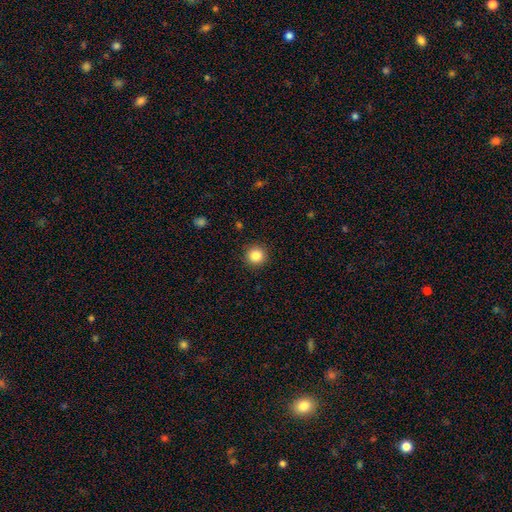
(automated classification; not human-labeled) A smooth galaxy with no disk features (85%) that is round (95%).

Vote fractions:
- Smooth or featured? smooth: 85% / star or artifact: 10% / featured or disk: 5%
- How rounded? round: 95% / in between: 4% / cigar-shaped: 1%
- Merging? none: 92% / minor disturbance: 5% / major disturbance: 2% / merger: 1%